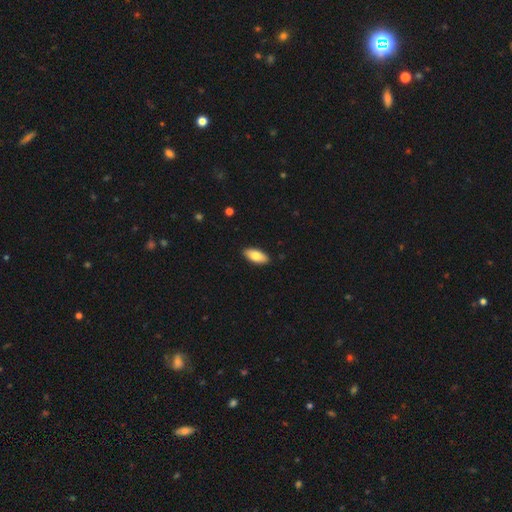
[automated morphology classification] Smooth or featured? Predicted: smooth (p=0.79). How rounded? Predicted: in between (p=0.89). Merging? Predicted: none (p=0.90).